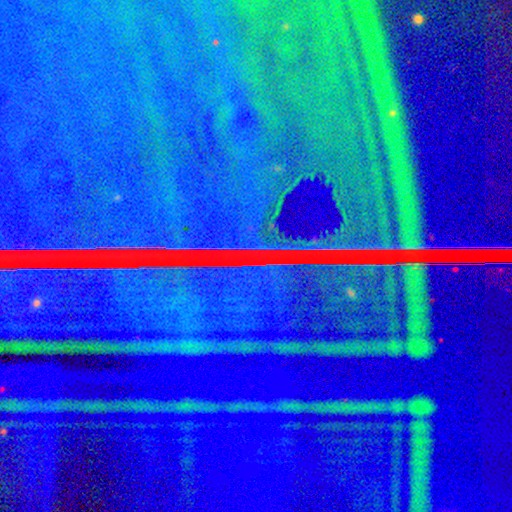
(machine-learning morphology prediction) The model was most divided on "smooth or featured": star or artifact: 88%, featured or disk: 7%, smooth: 5%.